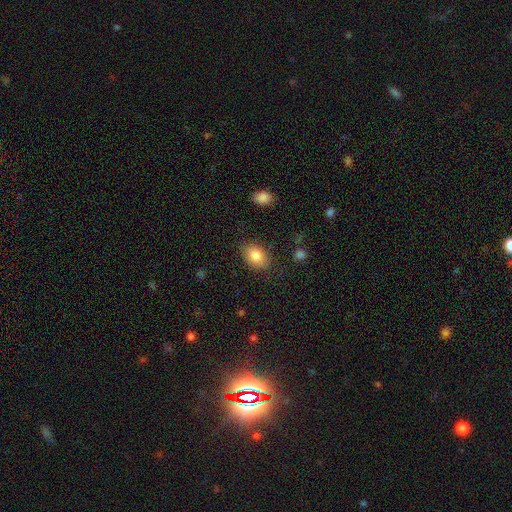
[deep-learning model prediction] smooth 84%, featured or disk 8%, star or artifact 8%. Down the decision tree: how rounded — in between (82%); merging — none (82%).